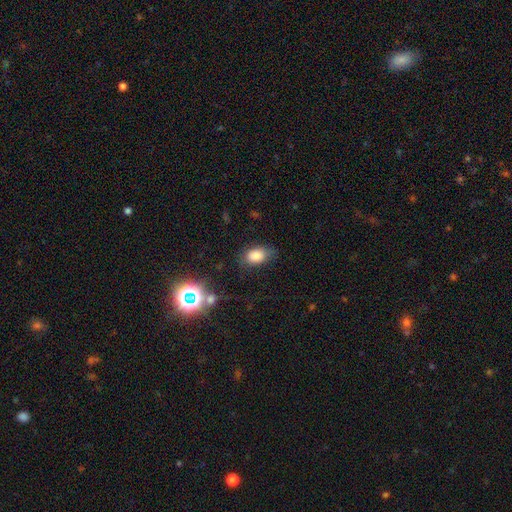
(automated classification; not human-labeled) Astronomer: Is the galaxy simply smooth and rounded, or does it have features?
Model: smooth — 82%.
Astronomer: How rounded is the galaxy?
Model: in between — 86%.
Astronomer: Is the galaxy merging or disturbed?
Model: none — 68%.